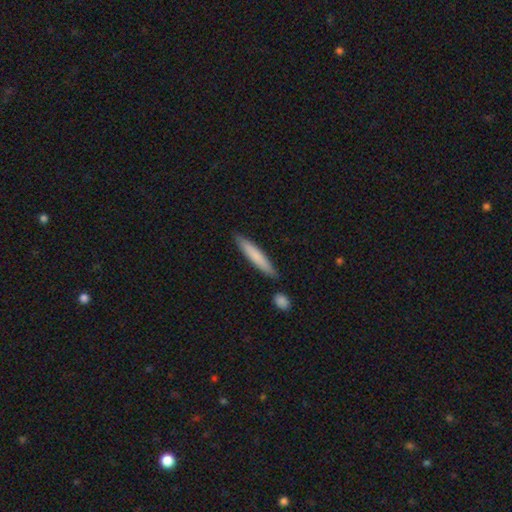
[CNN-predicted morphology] Q: Smooth or featured?
A: smooth (75%); runner-up: featured or disk (20%)
Q: How rounded?
A: cigar-shaped (93%); runner-up: in between (6%)
Q: Merging?
A: none (85%); runner-up: minor disturbance (10%)